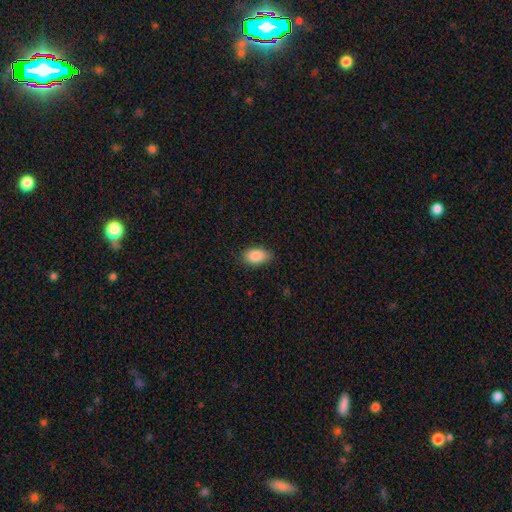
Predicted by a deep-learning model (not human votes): This appears to be a smooth galaxy with no disk features (88%) that is in between round and cigar-shaped (91%). Merging: none (83%).